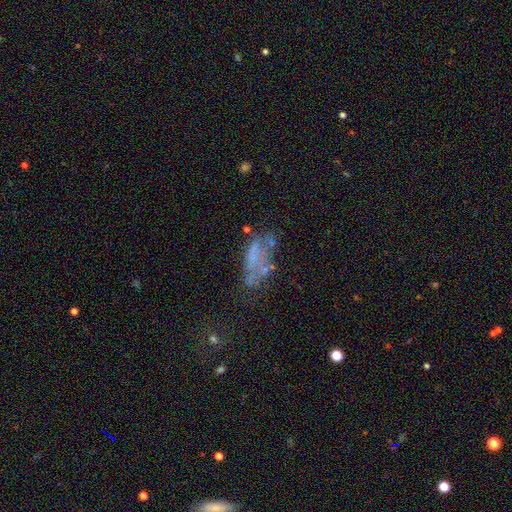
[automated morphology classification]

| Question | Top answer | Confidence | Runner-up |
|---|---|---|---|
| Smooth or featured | featured or disk | 49% | smooth (31%) |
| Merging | none | 43% | major disturbance (25%) |